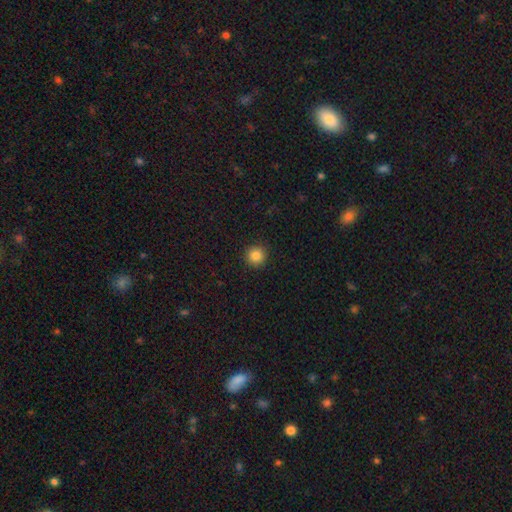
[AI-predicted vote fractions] The model was most divided on "smooth or featured": smooth: 85%, star or artifact: 11%, featured or disk: 4%. More confident: how rounded — round (95%); merging — none (92%).